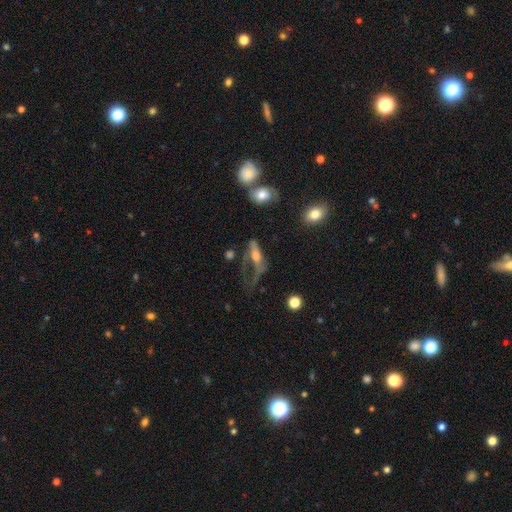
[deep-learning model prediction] A featured or disk galaxy (53%).

Vote fractions:
- Smooth or featured? featured or disk: 53% / smooth: 36% / star or artifact: 11%
- Edge-on disk? no: 57% / yes: 43%
- Merging? major disturbance: 54% / none: 23% / minor disturbance: 16% / merger: 7%